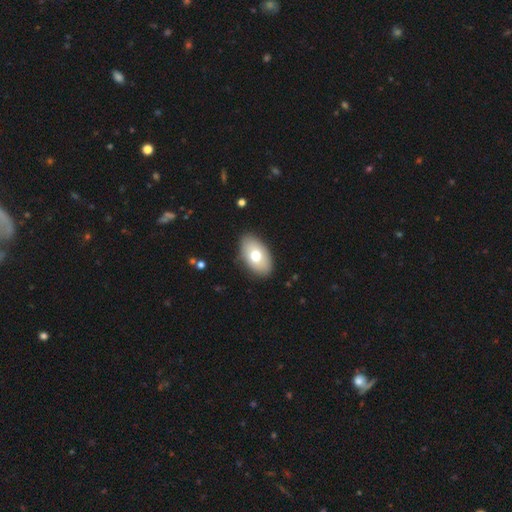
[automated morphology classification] Smooth or featured: smooth — 69% (featured or disk — 24%)
How rounded: in between — 92% (round — 7%)
Merging: none — 87% (minor disturbance — 10%)